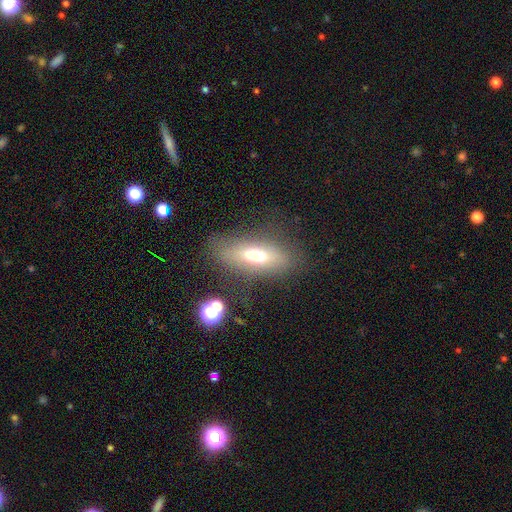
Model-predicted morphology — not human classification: smooth 60%, featured or disk 29%, star or artifact 11%. Down the decision tree: how rounded — in between (64%); merging — none (72%).